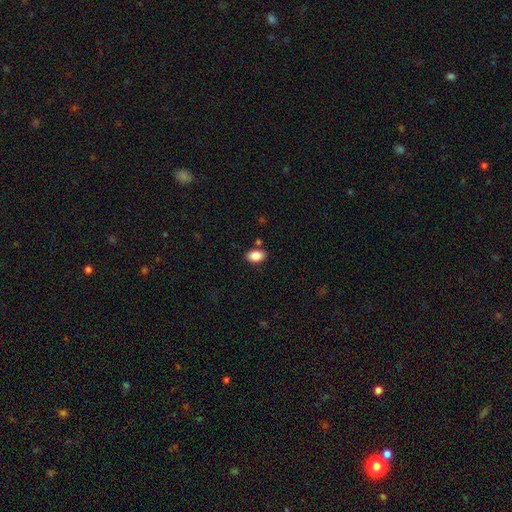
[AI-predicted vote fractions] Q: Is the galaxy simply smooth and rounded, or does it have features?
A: smooth — 88%.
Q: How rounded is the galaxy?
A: in between — 89%.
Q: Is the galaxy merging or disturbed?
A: none — 82%.